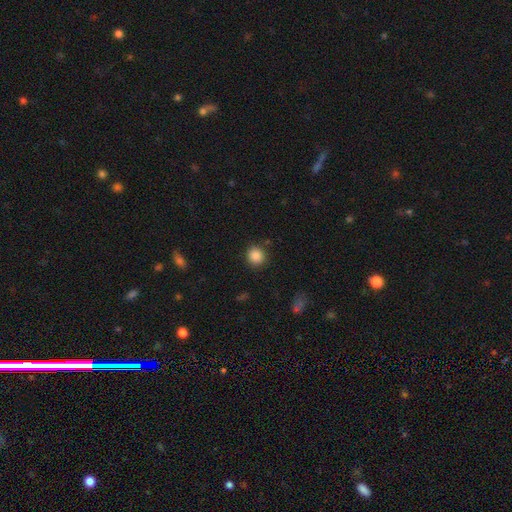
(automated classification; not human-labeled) Smooth or featured: smooth — 87% (star or artifact — 10%)
How rounded: round — 89% (in between — 10%)
Merging: none — 88% (minor disturbance — 7%)